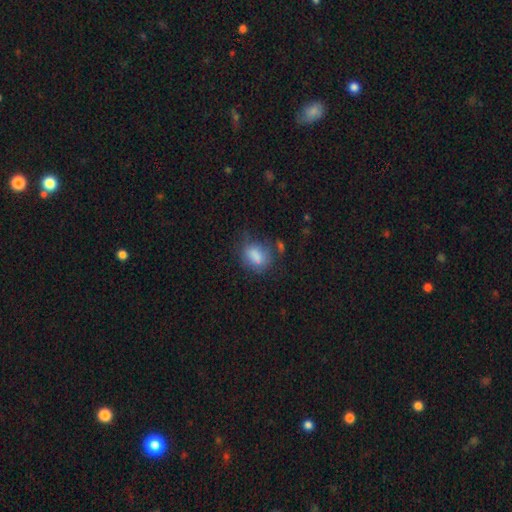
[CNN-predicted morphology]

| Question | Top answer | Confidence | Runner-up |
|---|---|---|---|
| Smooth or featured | smooth | 80% | featured or disk (11%) |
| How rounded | in between | 70% | round (28%) |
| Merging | none | 54% | minor disturbance (27%) |